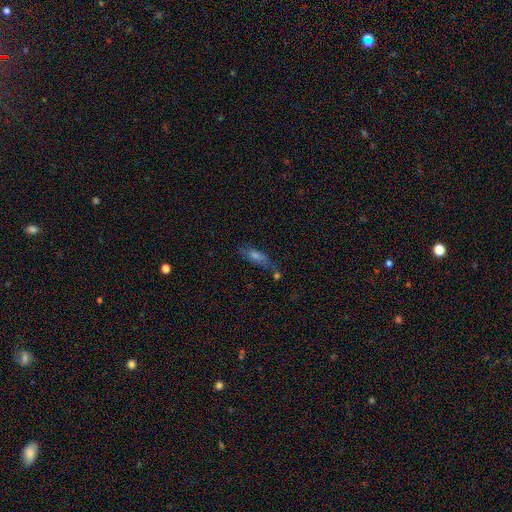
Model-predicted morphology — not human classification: smooth-or-featured: smooth: 50% | featured or disk: 33% | star or artifact: 17%
  how-rounded: cigar-shaped: 52% | in between: 43% | round: 5%
  merging: none: 59% | minor disturbance: 19% | merger: 13% | major disturbance: 8%